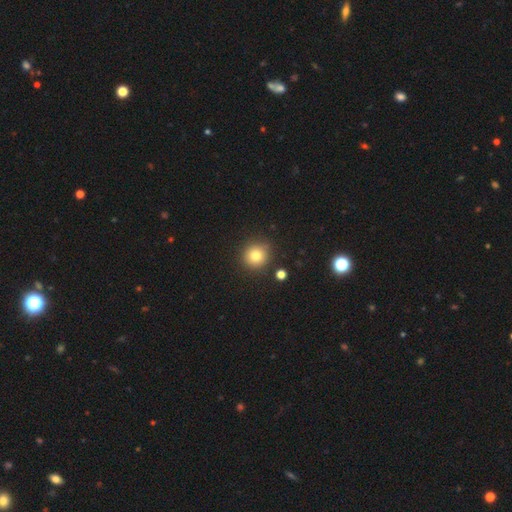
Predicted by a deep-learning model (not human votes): smooth_or_featured: smooth (p=0.80) [alt: star or artifact p=0.12]
how_rounded: round (p=0.93) [alt: in between p=0.06]
merging: none (p=0.87) [alt: minor disturbance p=0.07]